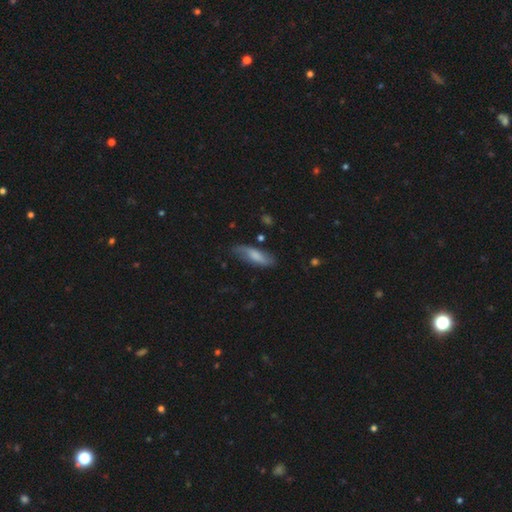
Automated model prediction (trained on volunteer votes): This is likely a smooth galaxy (62%). How rounded: possibly in between (58%). Merging: likely none (64%).